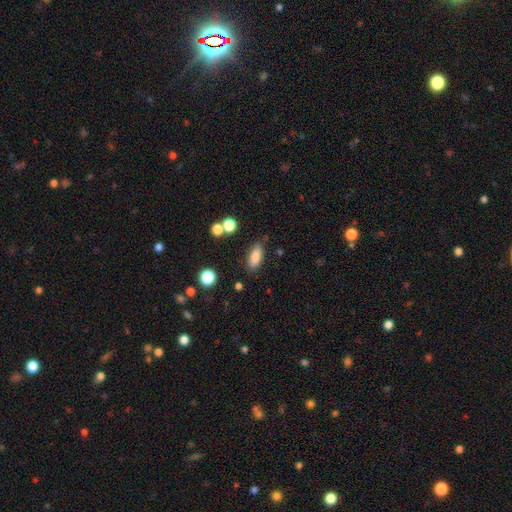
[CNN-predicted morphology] This appears to be a smooth galaxy with no disk features (82%) that is in between round and cigar-shaped (77%). Merging: none (80%).